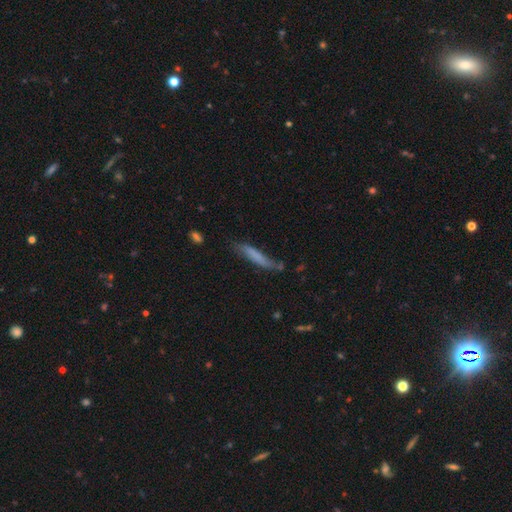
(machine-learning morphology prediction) Q: Smooth or featured?
A: smooth (71%); runner-up: featured or disk (22%)
Q: How rounded?
A: cigar-shaped (90%); runner-up: in between (9%)
Q: Merging?
A: none (58%); runner-up: minor disturbance (27%)